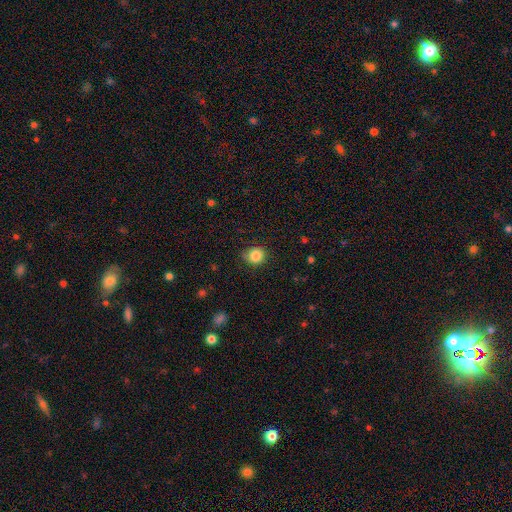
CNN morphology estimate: The model was most divided on "how rounded": round: 79%, in between: 21%, cigar-shaped: 1%. More confident: smooth or featured — smooth (85%); merging — none (77%).